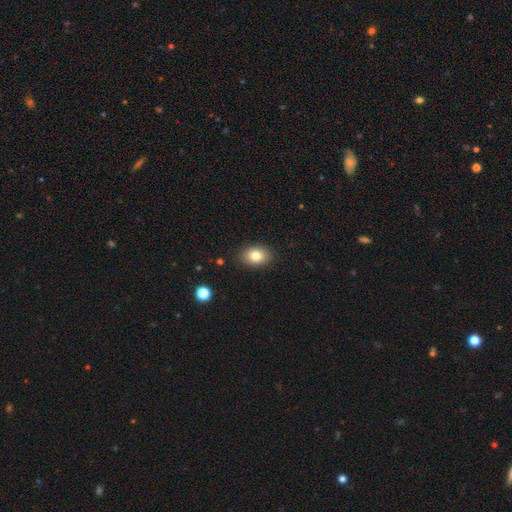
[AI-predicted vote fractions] Smooth or featured? smooth (83%)
How rounded? in between (78%)
Merging? none (87%)